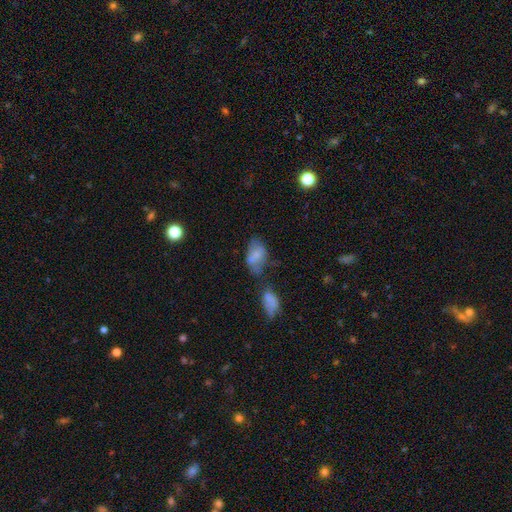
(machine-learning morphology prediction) Smooth or featured? smooth (66%)
How rounded? in between (91%)
Merging? merger (40%)